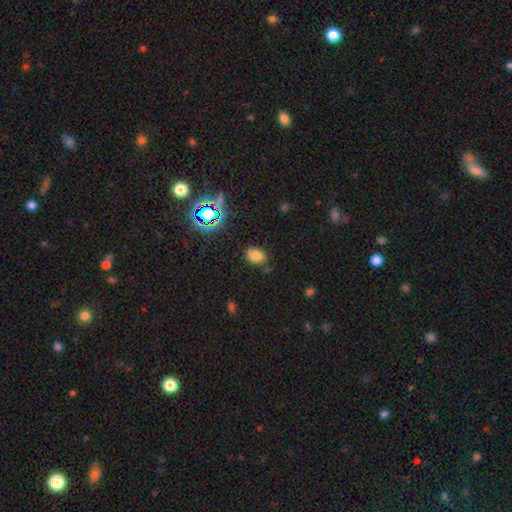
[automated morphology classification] Smooth or featured? smooth (73%)
How rounded? in between (65%)
Merging? none (79%)